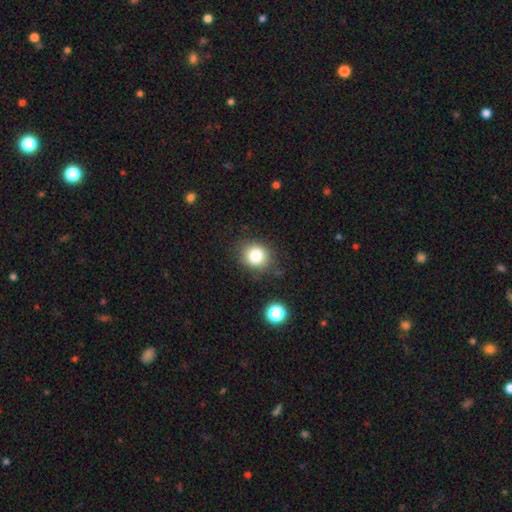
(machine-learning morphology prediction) smooth_or_featured: smooth (p=0.80) [alt: star or artifact p=0.12]
how_rounded: round (p=0.70) [alt: in between p=0.29]
merging: none (p=0.80) [alt: minor disturbance p=0.13]